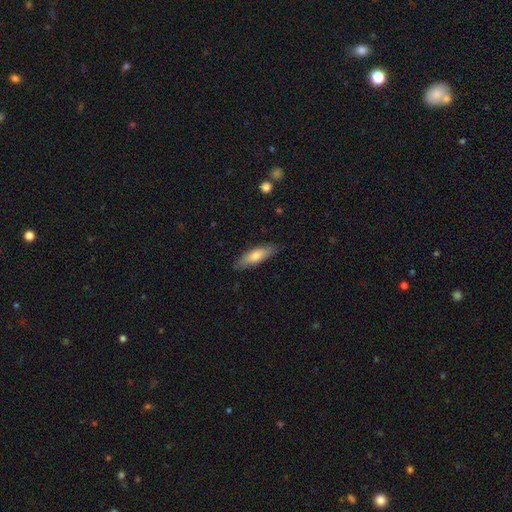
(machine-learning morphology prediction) The model was most divided on "how rounded": cigar-shaped: 50%, in between: 48%, round: 2%. More confident: merging — none (85%); smooth or featured — smooth (73%).